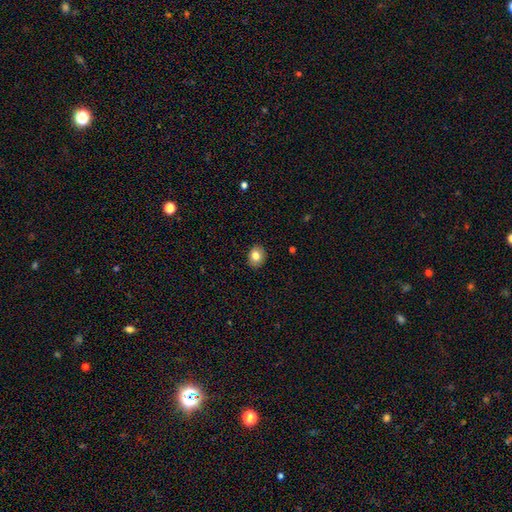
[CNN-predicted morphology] type=smooth (82%); roundness=round (58%); merging=none (89%).